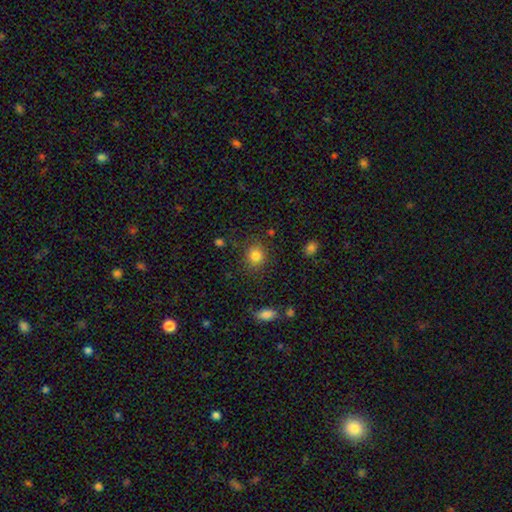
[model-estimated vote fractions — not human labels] A smooth galaxy with no disk features (83%) that is round (79%).

Vote fractions:
- Smooth or featured? smooth: 83% / star or artifact: 12% / featured or disk: 6%
- How rounded? round: 79% / in between: 20% / cigar-shaped: 1%
- Merging? none: 85% / minor disturbance: 10% / major disturbance: 3% / merger: 2%